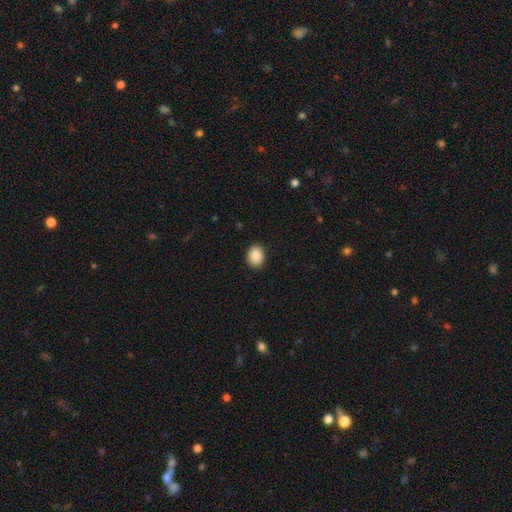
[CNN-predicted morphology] A smooth galaxy with no disk features (89%) that is in between round and cigar-shaped (57%).

Vote fractions:
- Smooth or featured? smooth: 89% / star or artifact: 8% / featured or disk: 3%
- How rounded? in between: 57% / round: 42% / cigar-shaped: 1%
- Merging? none: 90% / minor disturbance: 7% / major disturbance: 2% / merger: 1%